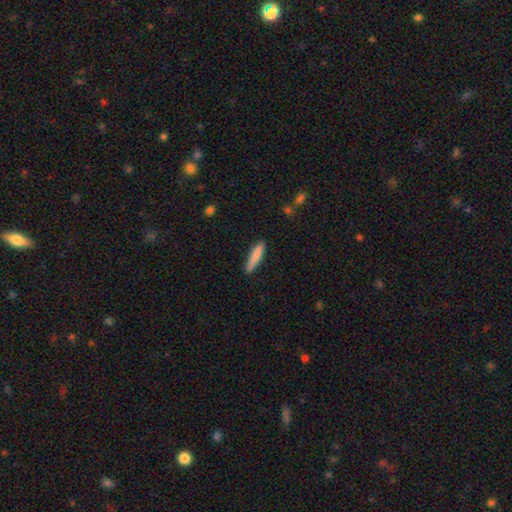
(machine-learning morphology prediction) This appears to be a smooth galaxy with no disk features (82%) that is cigar-shaped (88%). Merging: none (87%).